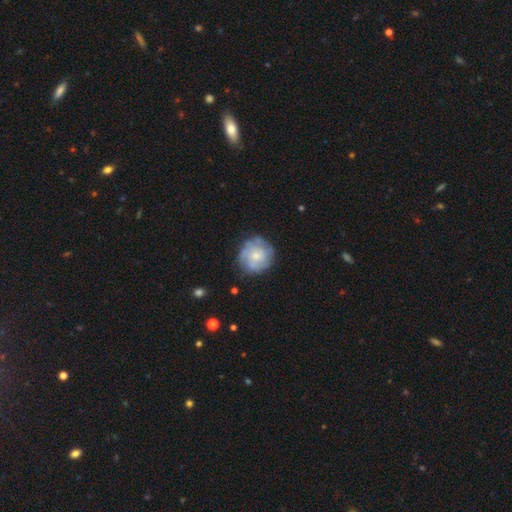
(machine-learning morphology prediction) type=featured or disk (51%); edge-on=no (98%); merging=none (74%).